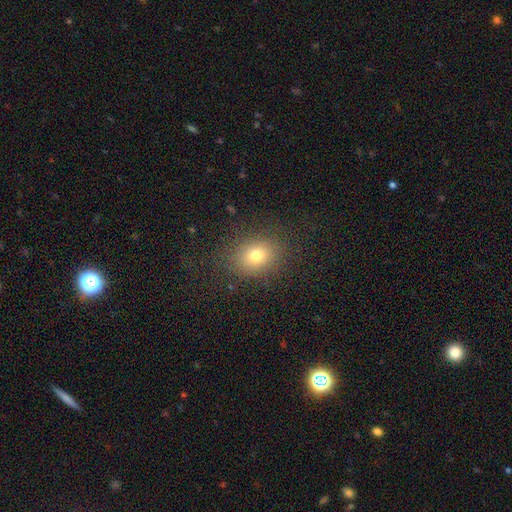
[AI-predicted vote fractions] smooth-or-featured: smooth: 74% | star or artifact: 15% | featured or disk: 10%
  how-rounded: round: 58% | in between: 41% | cigar-shaped: 1%
  merging: none: 84% | minor disturbance: 10% | major disturbance: 5% | merger: 1%